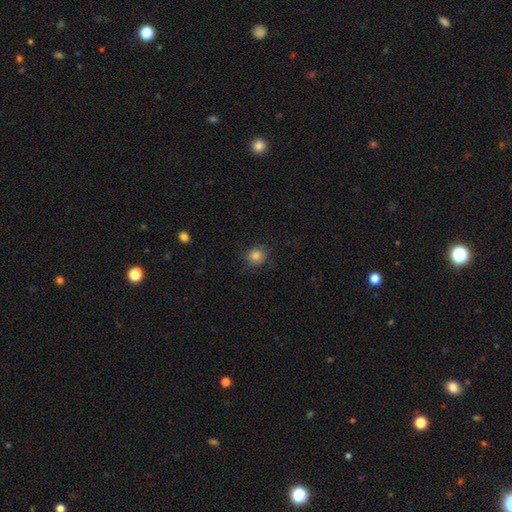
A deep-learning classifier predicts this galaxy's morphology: Smooth or featured? smooth (84%)
How rounded? round (86%)
Merging? none (83%)